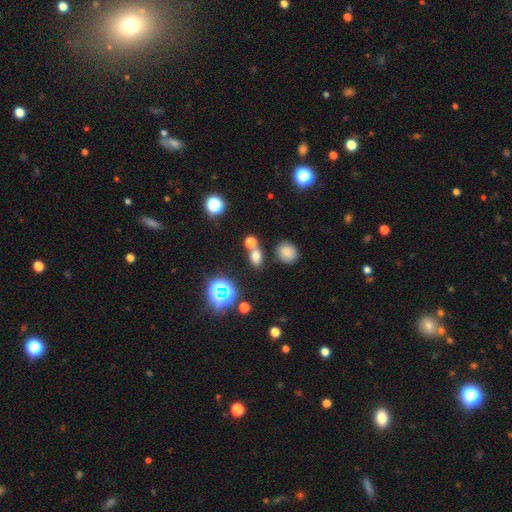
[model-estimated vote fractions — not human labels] smooth 68%, star or artifact 23%, featured or disk 9%. Down the decision tree: how rounded — in between (72%); merging — none (64%).